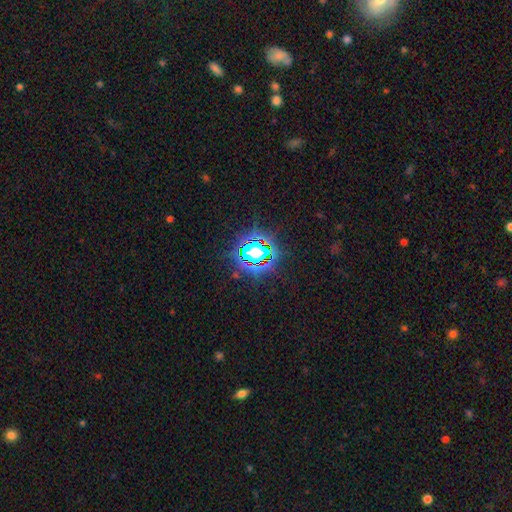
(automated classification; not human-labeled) Morphology: type=star or artifact (72%).